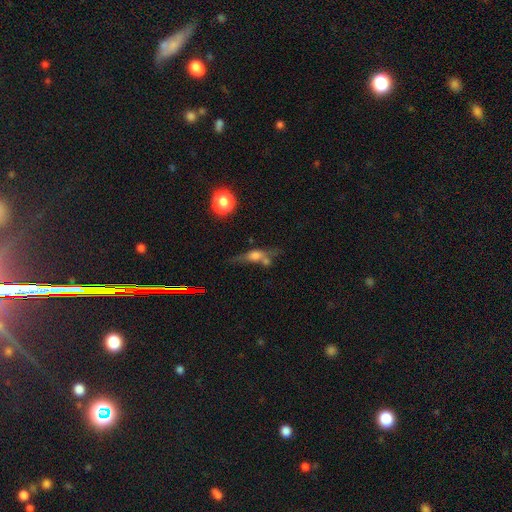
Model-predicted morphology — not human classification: Smooth or featured: featured or disk — 45% (smooth — 41%)
Merging: none — 46% (merger — 23%)